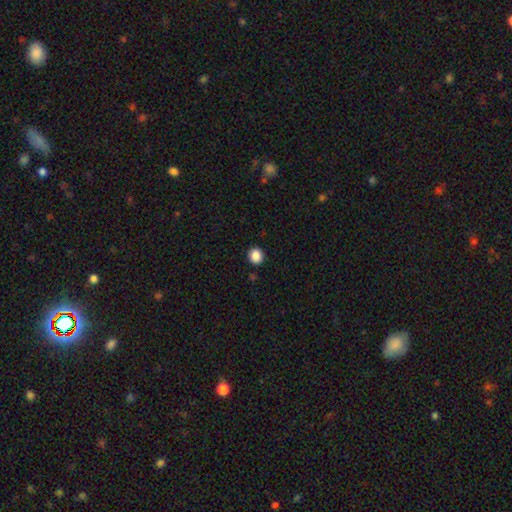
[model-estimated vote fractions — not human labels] smooth_or_featured: smooth (p=0.87) [alt: star or artifact p=0.10]
how_rounded: round (p=0.86) [alt: in between p=0.13]
merging: none (p=0.92) [alt: minor disturbance p=0.05]